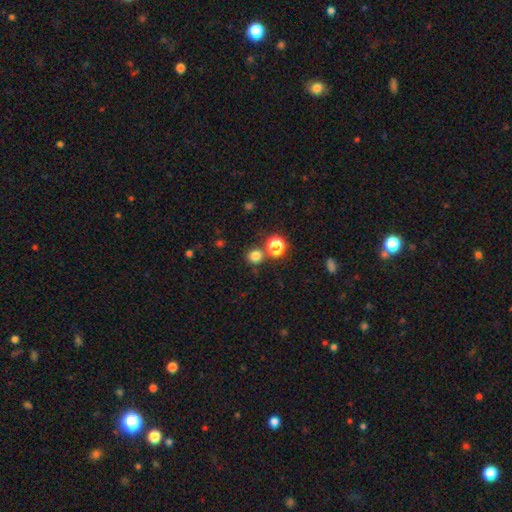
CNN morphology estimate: Smooth or featured?
  - smooth: 76% *
  - star or artifact: 19%
  - featured or disk: 5%
How rounded?
  - round: 88% *
  - in between: 11%
  - cigar-shaped: 1%
Merging?
  - none: 76% *
  - merger: 13%
  - minor disturbance: 8%
  - major disturbance: 3%